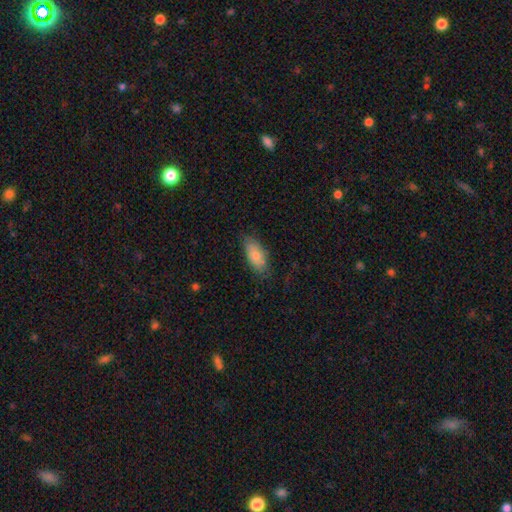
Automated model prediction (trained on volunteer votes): Smooth or featured?
  - smooth: 81% *
  - featured or disk: 13%
  - star or artifact: 6%
How rounded?
  - in between: 88% *
  - cigar-shaped: 9%
  - round: 2%
Merging?
  - none: 74% *
  - minor disturbance: 19%
  - major disturbance: 5%
  - merger: 1%